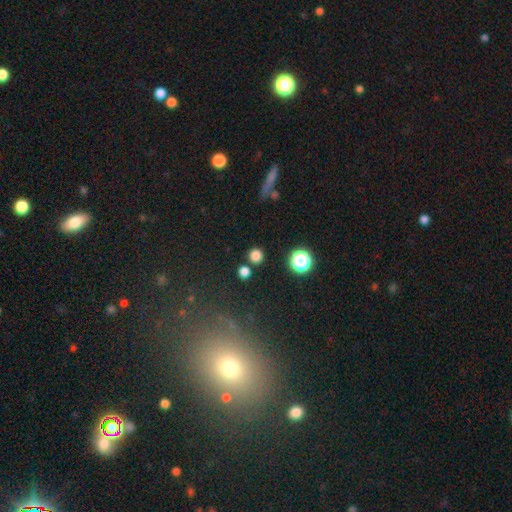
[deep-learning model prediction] Smooth or featured: smooth — 78% (star or artifact — 18%)
How rounded: round — 91% (in between — 7%)
Merging: none — 84% (merger — 7%)